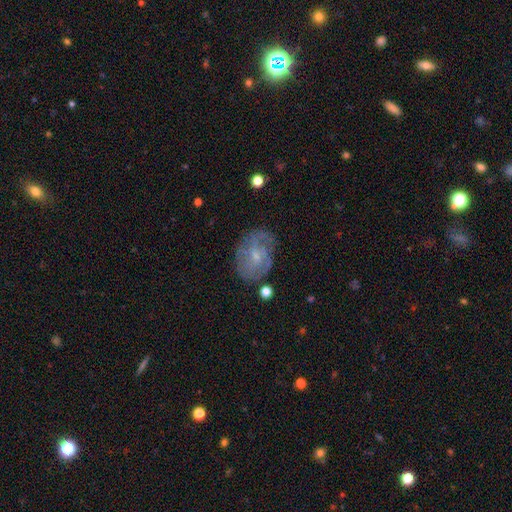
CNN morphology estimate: Overall: featured or disk (66%). Edge-on disk: no (97%). Bar: no (51%; weak 43%). Spiral arms: yes (80%). Spiral arm count: can't tell (44%; 2 22%). Spiral winding: tight (44%; medium 39%). Bulge size: small (57%; moderate 28%). Merging: none (70%).